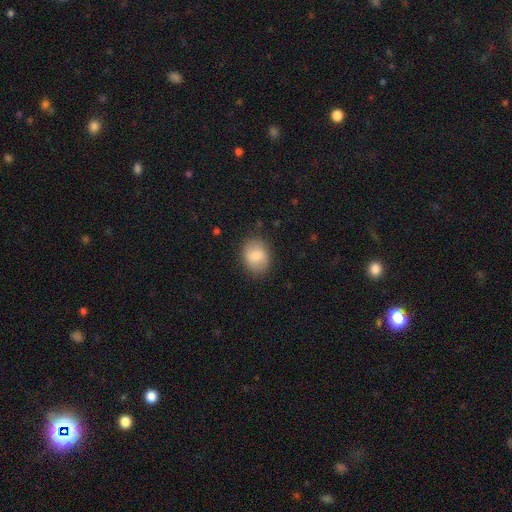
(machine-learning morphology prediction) This appears to be a smooth galaxy with no disk features (79%) that is in between round and cigar-shaped (54%). Merging: none (81%).